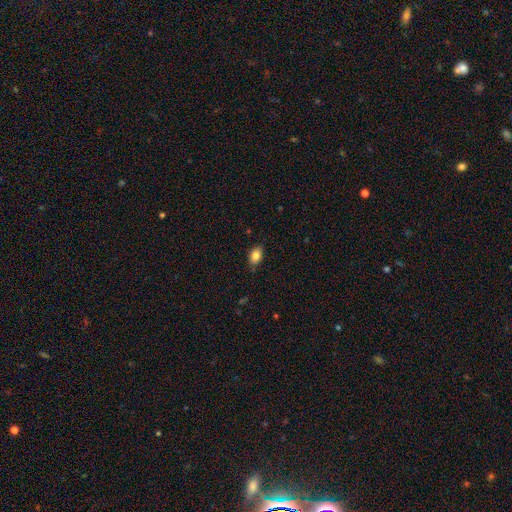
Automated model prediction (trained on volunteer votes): Smooth or featured? smooth (84%)
How rounded? in between (86%)
Merging? none (82%)